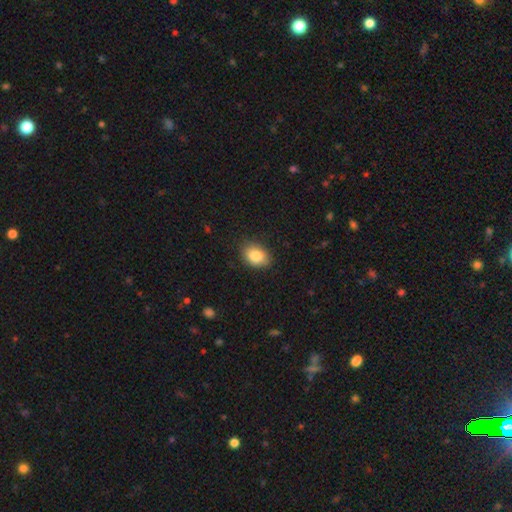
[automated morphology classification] Smooth or featured? smooth (84%)
How rounded? in between (78%)
Merging? none (84%)